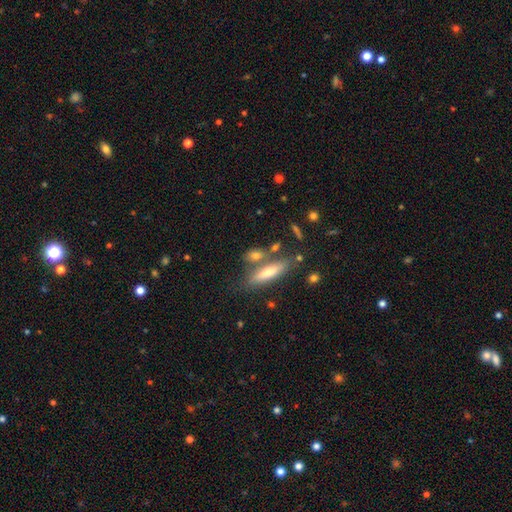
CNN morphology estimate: Q: Smooth or featured?
A: smooth (64%); runner-up: featured or disk (27%)
Q: How rounded?
A: cigar-shaped (49%); runner-up: in between (43%)
Q: Merging?
A: none (59%); runner-up: merger (23%)